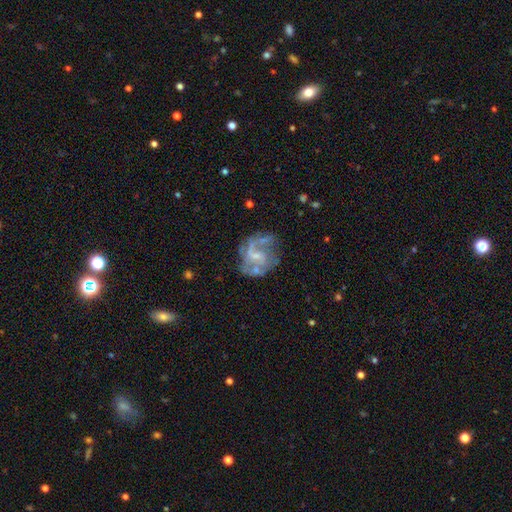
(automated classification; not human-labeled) Morphology: type=featured or disk (80%); edge-on=no (98%); bar=no (47%); spiral arms=yes (83%); winding=medium (46%); arm count=2 (53%); bulge=small (62%); merging=none (47%).